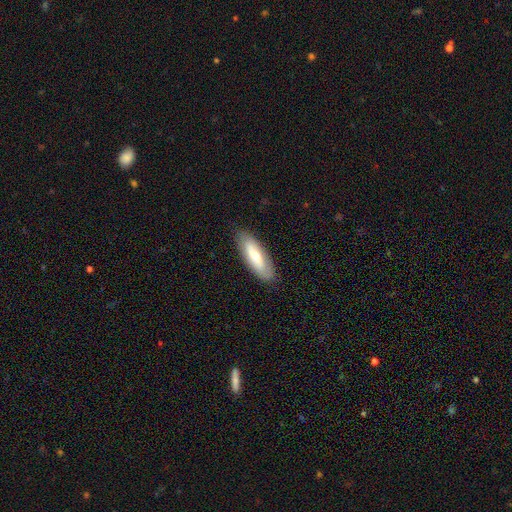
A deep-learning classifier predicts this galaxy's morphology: A smooth galaxy with no disk features (61%) that is in between round and cigar-shaped (61%).

Vote fractions:
- Smooth or featured? smooth: 61% / featured or disk: 33% / star or artifact: 6%
- How rounded? in between: 61% / cigar-shaped: 37% / round: 2%
- Merging? none: 86% / minor disturbance: 11% / major disturbance: 2% / merger: 1%